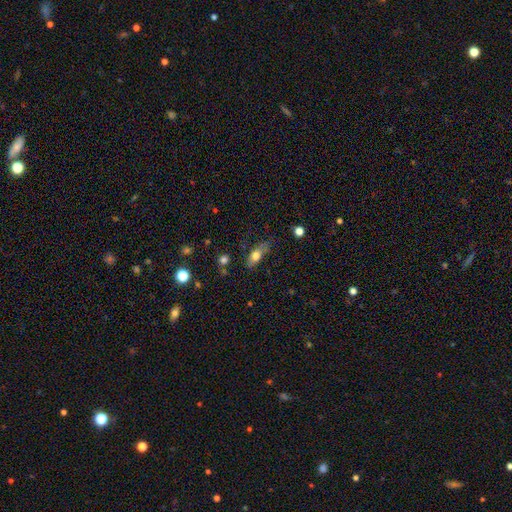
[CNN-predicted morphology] A smooth galaxy with no disk features (69%) that is in between round and cigar-shaped (70%). Merging: none (61%).